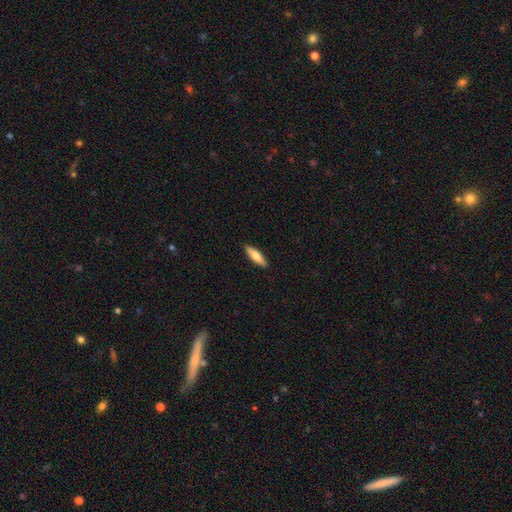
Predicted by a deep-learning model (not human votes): Smooth or featured? Predicted: smooth (p=0.71). How rounded? Predicted: cigar-shaped (p=0.65). Merging? Predicted: none (p=0.90).